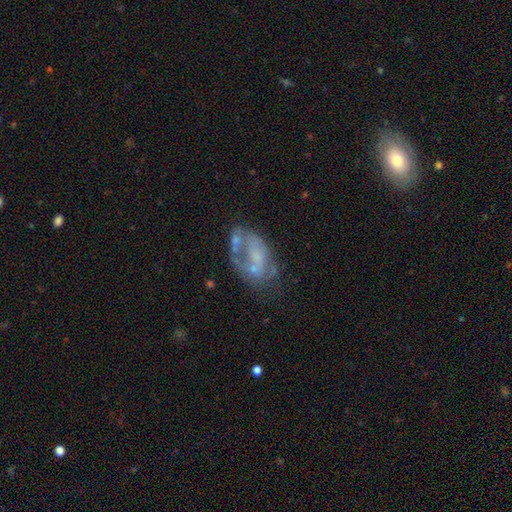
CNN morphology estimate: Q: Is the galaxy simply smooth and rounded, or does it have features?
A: featured or disk — 60%.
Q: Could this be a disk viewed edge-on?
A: no — 97%.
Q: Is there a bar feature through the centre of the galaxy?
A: no — 84%.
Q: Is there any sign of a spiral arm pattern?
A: no — 77%.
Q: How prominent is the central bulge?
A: none — 54%.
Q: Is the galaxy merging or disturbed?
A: none — 34%.